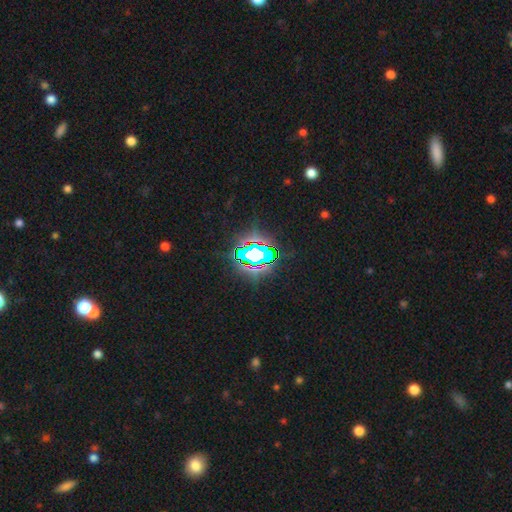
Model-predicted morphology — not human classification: smooth_or_featured: star or artifact (p=0.71) [alt: smooth p=0.15]